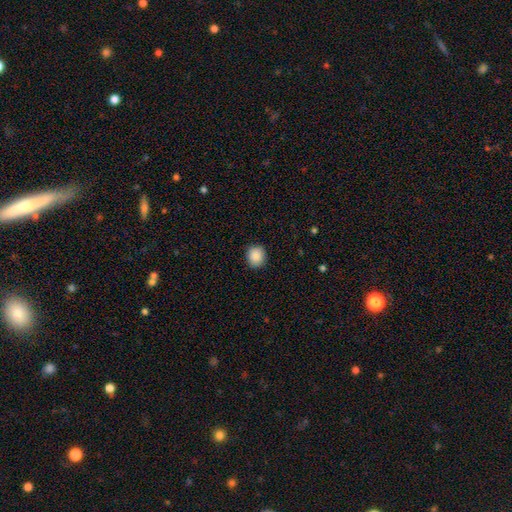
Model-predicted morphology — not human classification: Smooth or featured: smooth — 89% (star or artifact — 8%)
How rounded: round — 78% (in between — 21%)
Merging: none — 89% (minor disturbance — 8%)